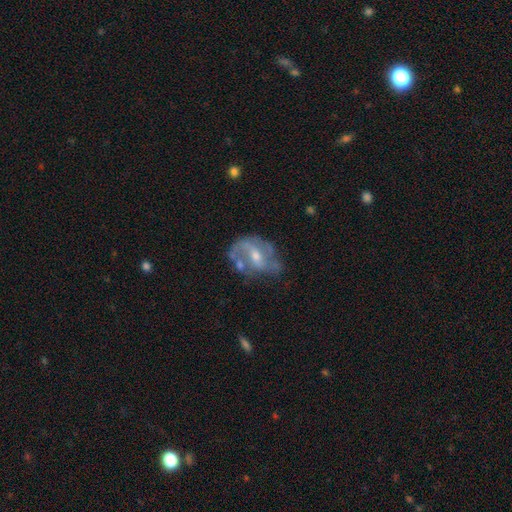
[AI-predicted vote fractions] This is likely a featured or disk galaxy (79%). It is clearly not viewed edge-on (96%). Bar: possibly weak (49%). Spiral arm pattern: clearly yes (83%). Spiral arm count: likely 2 (63%). Spiral winding: marginally medium (45%). Central bulge: possibly moderate (50%). Merging: possibly none (51%).